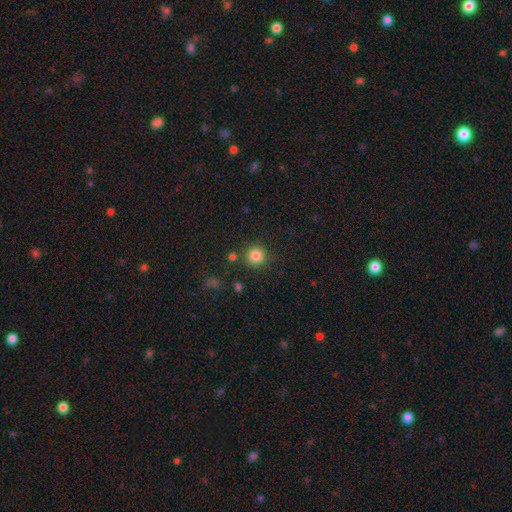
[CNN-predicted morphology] Smooth or featured? Predicted: smooth (p=0.84). How rounded? Predicted: round (p=0.94). Merging? Predicted: none (p=0.85).